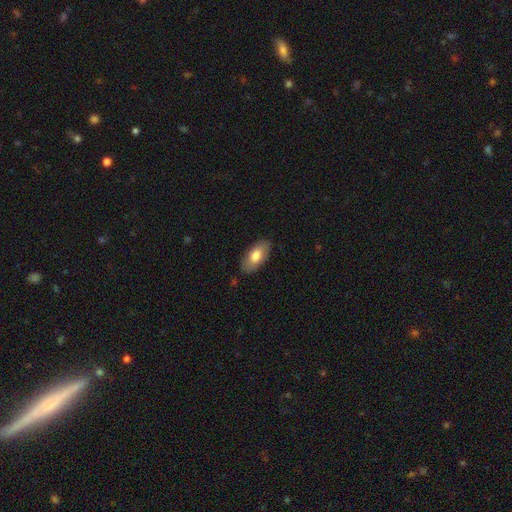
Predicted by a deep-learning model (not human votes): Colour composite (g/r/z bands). It shows a smooth galaxy with no disk features (75%) that is in between round and cigar-shaped (92%). Merging: none (85%).